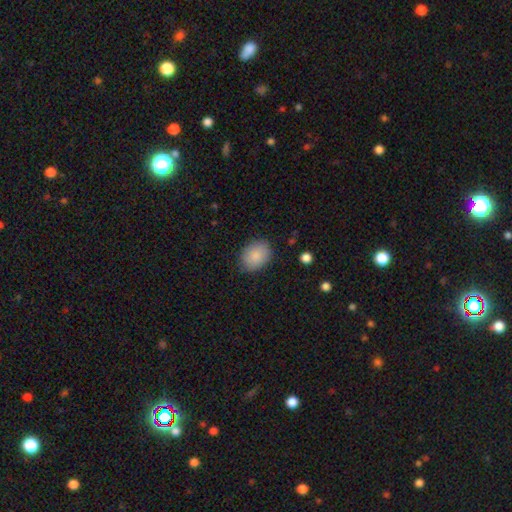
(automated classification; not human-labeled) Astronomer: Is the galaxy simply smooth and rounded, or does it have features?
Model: smooth — 87%.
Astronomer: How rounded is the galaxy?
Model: in between — 70%.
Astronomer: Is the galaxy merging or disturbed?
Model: none — 82%.